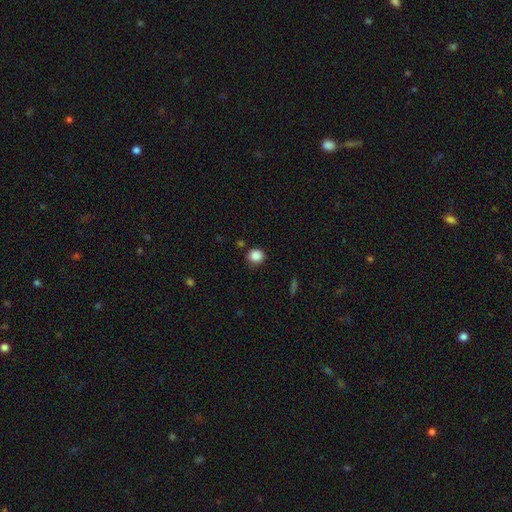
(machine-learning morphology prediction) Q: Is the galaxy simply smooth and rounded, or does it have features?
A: smooth — 87%.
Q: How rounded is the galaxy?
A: round — 84%.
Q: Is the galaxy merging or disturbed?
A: none — 84%.